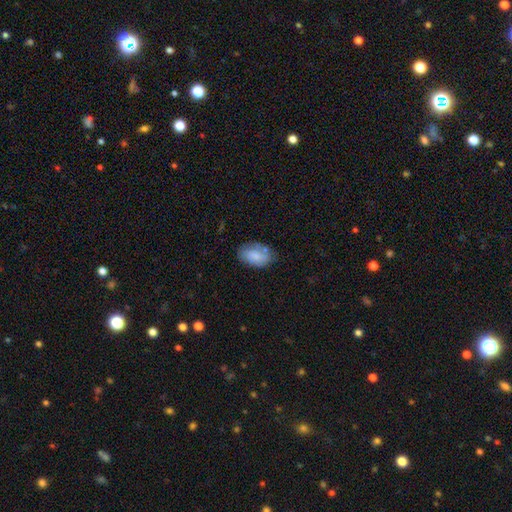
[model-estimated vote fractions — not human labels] Smooth or featured? Predicted: smooth (p=0.68). How rounded? Predicted: in between (p=0.90). Merging? Predicted: none (p=0.63).